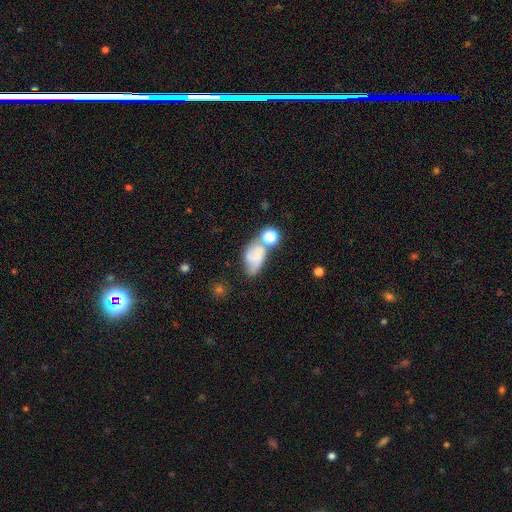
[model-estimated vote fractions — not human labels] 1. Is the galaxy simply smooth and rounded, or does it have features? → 59% smooth, 29% featured or disk, 12% star or artifact.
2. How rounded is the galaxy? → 85% in between, 12% round, 3% cigar-shaped.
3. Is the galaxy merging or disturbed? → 35% none, 28% merger, 23% minor disturbance, 14% major disturbance.